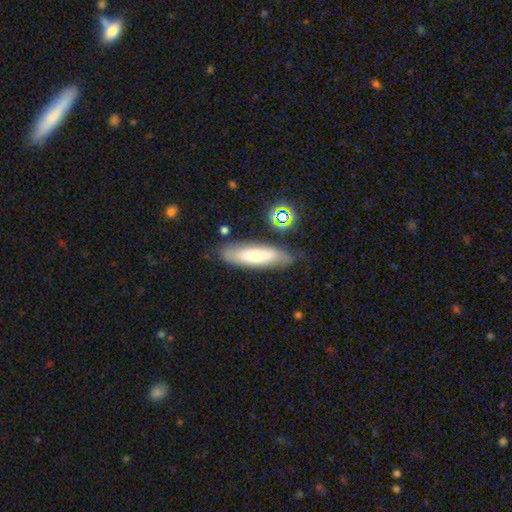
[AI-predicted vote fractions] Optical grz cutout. It shows a smooth galaxy with no disk features (54%) that is cigar-shaped (55%). Merging: none (74%).